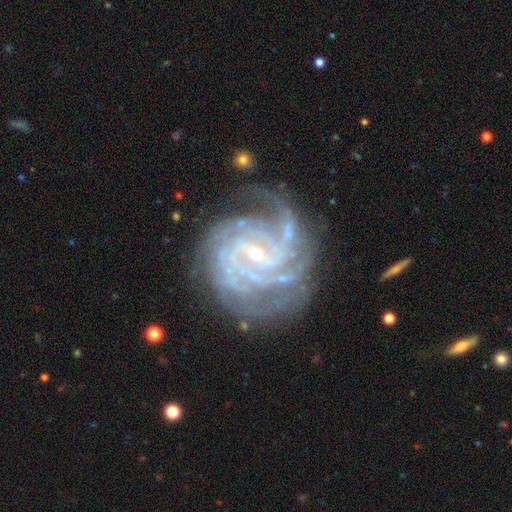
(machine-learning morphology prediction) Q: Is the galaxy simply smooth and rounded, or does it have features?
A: featured or disk — 91%.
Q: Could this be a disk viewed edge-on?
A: no — 98%.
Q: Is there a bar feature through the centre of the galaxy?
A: no — 42%.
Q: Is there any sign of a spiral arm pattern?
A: yes — 98%.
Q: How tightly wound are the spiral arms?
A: tight — 72%.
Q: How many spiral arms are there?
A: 4 — 32%.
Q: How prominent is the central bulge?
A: small — 80%.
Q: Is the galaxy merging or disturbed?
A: none — 70%.